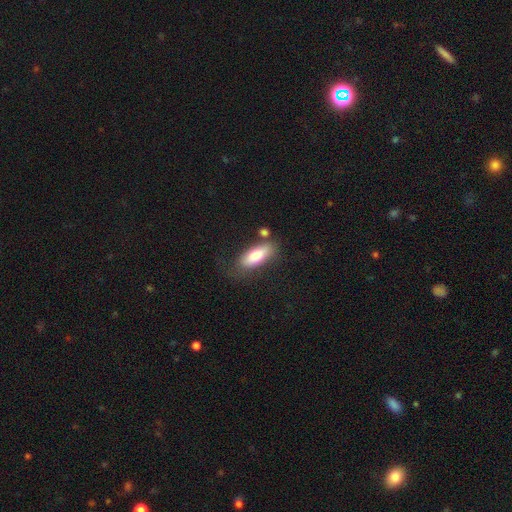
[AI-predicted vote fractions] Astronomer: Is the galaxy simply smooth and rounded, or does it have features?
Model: smooth — 75%.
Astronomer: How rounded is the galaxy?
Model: in between — 76%.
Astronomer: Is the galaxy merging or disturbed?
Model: none — 63%.